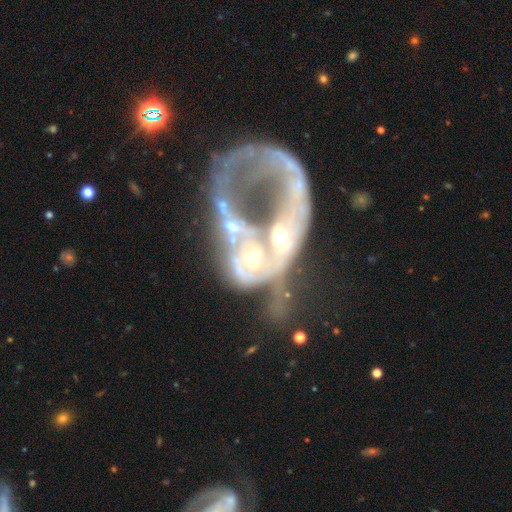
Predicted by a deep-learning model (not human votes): smooth_or_featured: featured or disk (p=0.73) [alt: smooth p=0.16]
disk_edge_on: no (p=0.96) [alt: yes p=0.04]
bar: no (p=0.83) [alt: weak p=0.13]
has_spiral_arms: no (p=0.64) [alt: yes p=0.36]
bulge_size: moderate (p=0.45) [alt: small p=0.32]
merging: merger (p=0.67) [alt: major disturbance p=0.23]